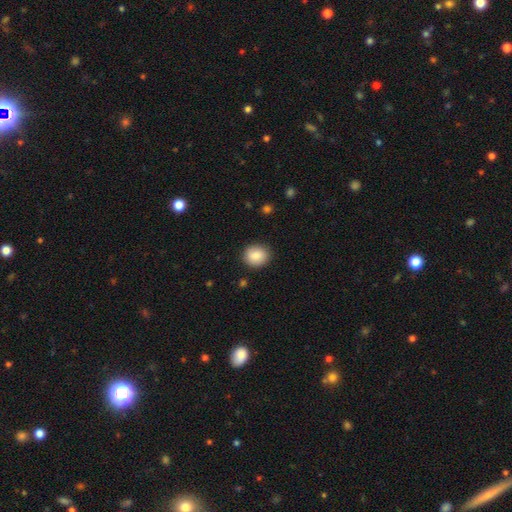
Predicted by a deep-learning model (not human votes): Smooth or featured: smooth — 87% (star or artifact — 7%)
How rounded: round — 75% (in between — 24%)
Merging: none — 88% (minor disturbance — 9%)